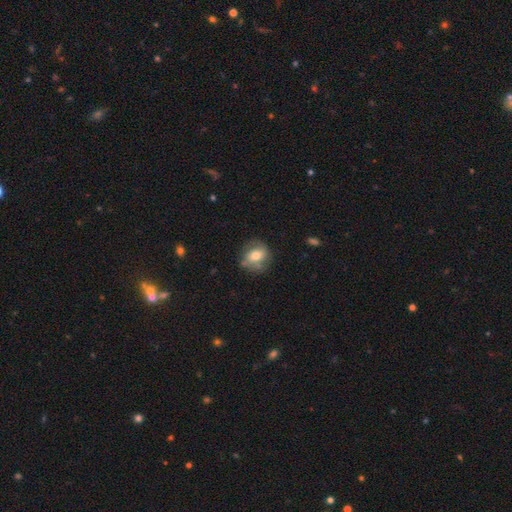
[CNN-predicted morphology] smooth 58%, featured or disk 34%, star or artifact 8%. Down the decision tree: how rounded — round (69%); merging — none (69%).